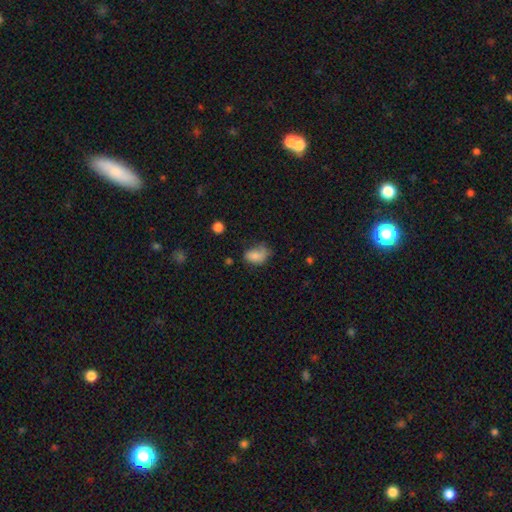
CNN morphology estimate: Smooth or featured? Predicted: smooth (p=0.76). How rounded? Predicted: in between (p=0.83). Merging? Predicted: none (p=0.38, tied with minor disturbance).